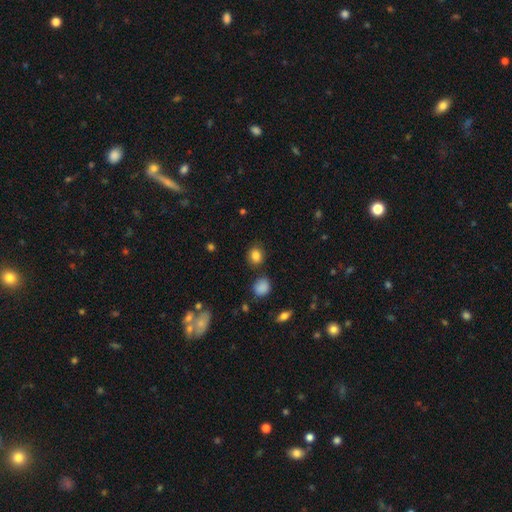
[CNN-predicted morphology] Smooth or featured? smooth (84%)
How rounded? round (70%)
Merging? none (84%)